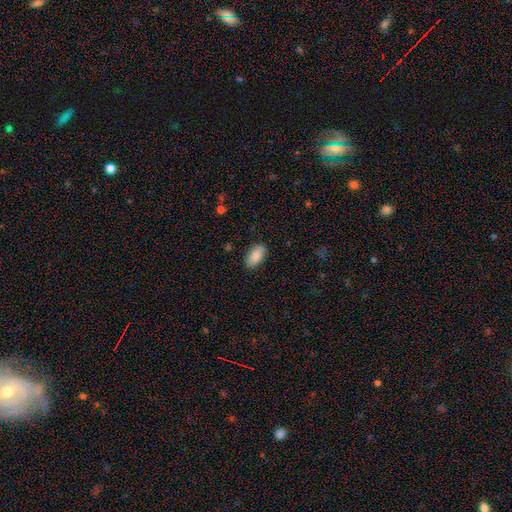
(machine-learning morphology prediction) This appears to be a smooth galaxy with no disk features (86%) that is in between round and cigar-shaped (93%). Merging: none (87%).